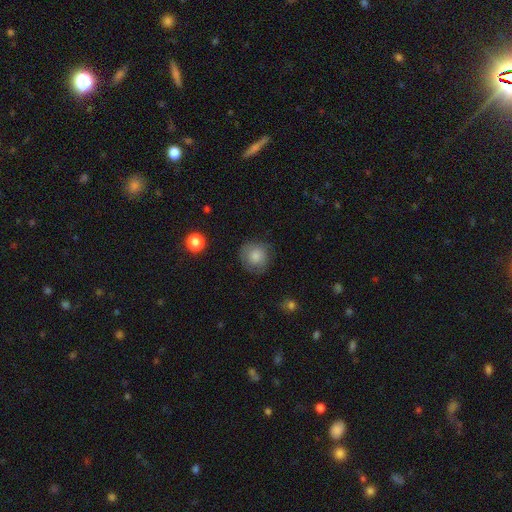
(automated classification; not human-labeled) A smooth galaxy with no disk features (79%) that is round (88%). Merging: none (77%).